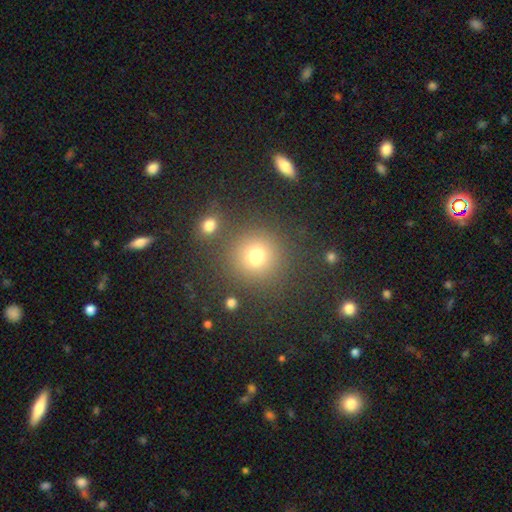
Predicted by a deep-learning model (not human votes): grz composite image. It shows a smooth galaxy with no disk features (74%) that is round (92%). Merging: none (81%).